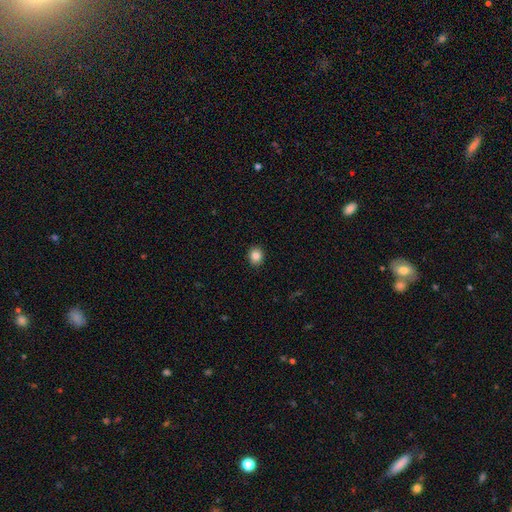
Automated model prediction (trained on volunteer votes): smooth-or-featured: smooth: 85% | star or artifact: 10% | featured or disk: 5%
  how-rounded: round: 70% | in between: 29% | cigar-shaped: 1%
  merging: none: 91% | minor disturbance: 6% | major disturbance: 2% | merger: 1%